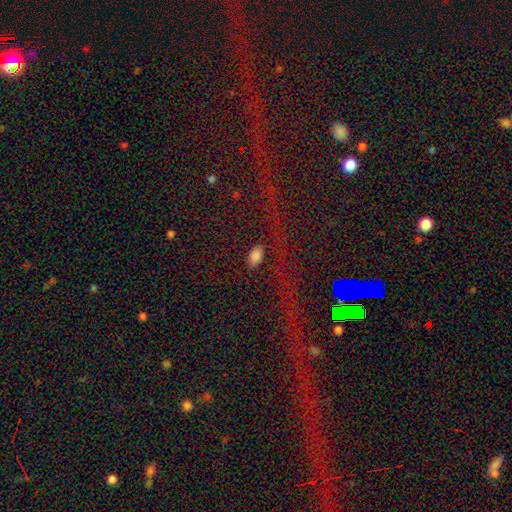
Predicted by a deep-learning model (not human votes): Smooth or featured: smooth — 79% (star or artifact — 15%)
How rounded: in between — 91% (round — 6%)
Merging: none — 82% (minor disturbance — 11%)